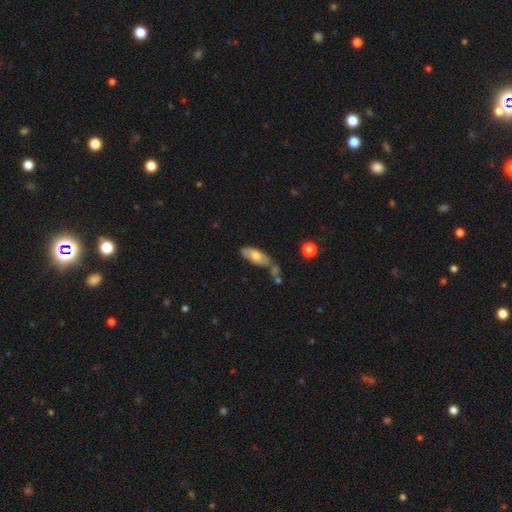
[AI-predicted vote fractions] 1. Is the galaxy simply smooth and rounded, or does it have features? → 63% smooth, 30% featured or disk, 6% star or artifact.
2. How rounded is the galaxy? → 78% in between, 20% cigar-shaped, 3% round.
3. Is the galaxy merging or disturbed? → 49% none, 22% minor disturbance, 21% merger, 7% major disturbance.